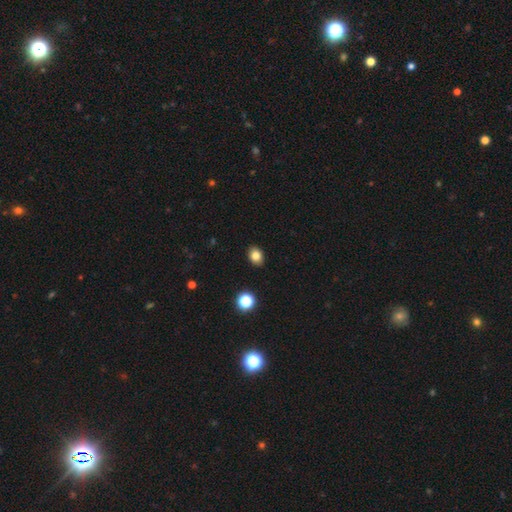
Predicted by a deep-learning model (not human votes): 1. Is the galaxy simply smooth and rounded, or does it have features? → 82% smooth, 11% star or artifact, 7% featured or disk.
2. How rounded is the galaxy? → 62% in between, 37% round, 1% cigar-shaped.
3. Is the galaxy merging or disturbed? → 90% none, 7% minor disturbance, 2% major disturbance, 1% merger.